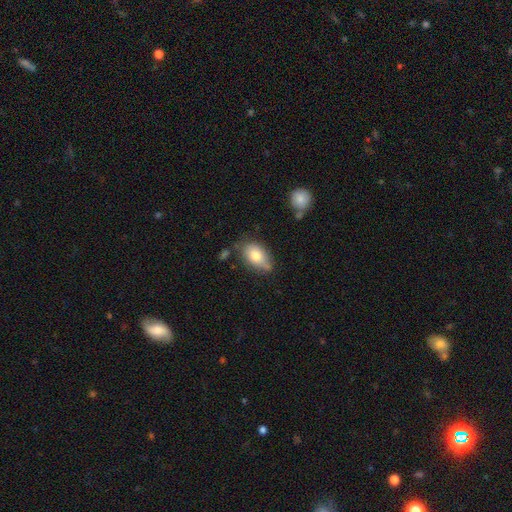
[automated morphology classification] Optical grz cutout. It shows a smooth galaxy with no disk features (77%) that is in between round and cigar-shaped (89%). Merging: none (61%).